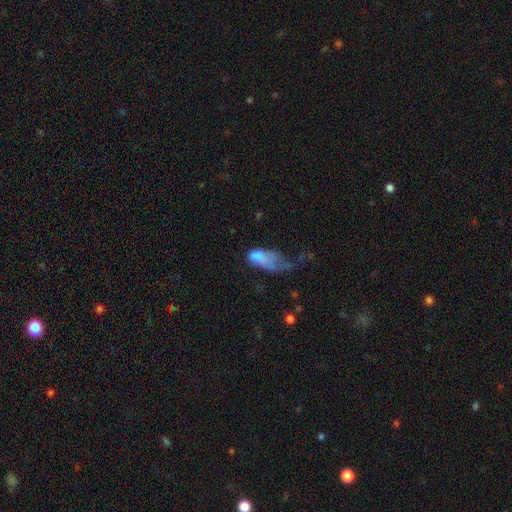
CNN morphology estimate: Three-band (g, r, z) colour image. It shows a smooth galaxy with no disk features (63%) that is in between round and cigar-shaped (89%). Merging: major disturbance (63%).